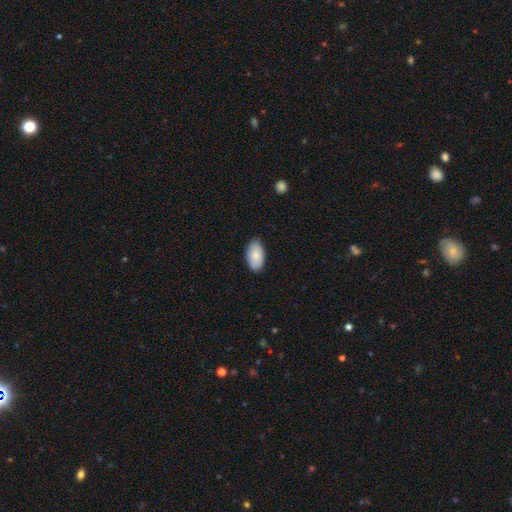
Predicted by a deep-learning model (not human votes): smooth_or_featured: smooth (p=0.85) [alt: featured or disk p=0.09]
how_rounded: in between (p=0.95) [alt: round p=0.03]
merging: none (p=0.84) [alt: minor disturbance p=0.13]